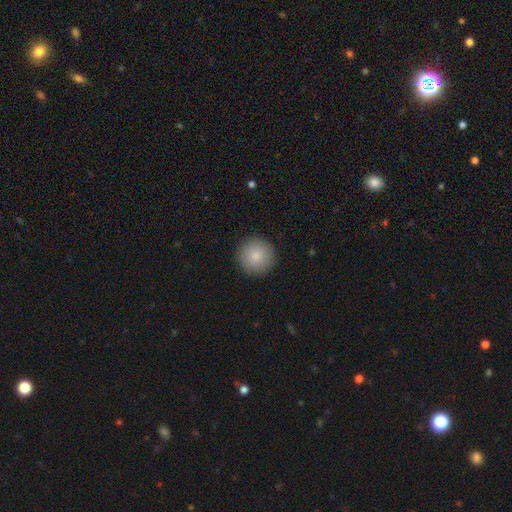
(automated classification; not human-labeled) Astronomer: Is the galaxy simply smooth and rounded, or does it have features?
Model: smooth — 87%.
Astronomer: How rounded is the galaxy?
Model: round — 95%.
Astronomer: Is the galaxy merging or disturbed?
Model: none — 92%.